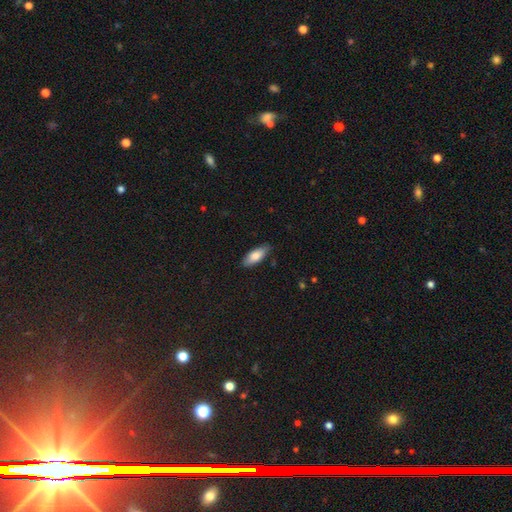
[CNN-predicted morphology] Overall: smooth (79%). How rounded: in between (76%). Merging: none (83%).